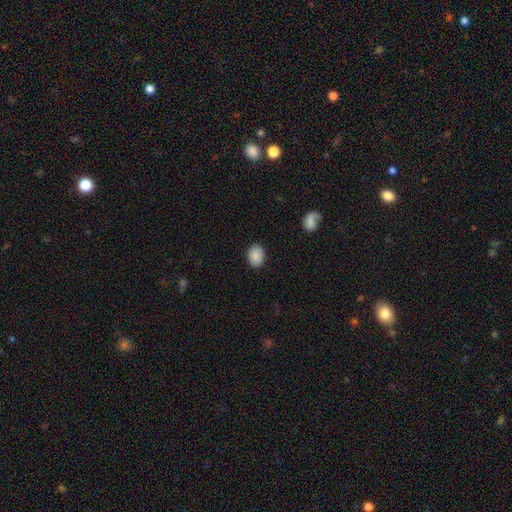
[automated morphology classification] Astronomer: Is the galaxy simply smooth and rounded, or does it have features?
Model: smooth — 89%.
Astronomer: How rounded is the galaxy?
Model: in between — 66%.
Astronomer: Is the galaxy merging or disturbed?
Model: none — 88%.